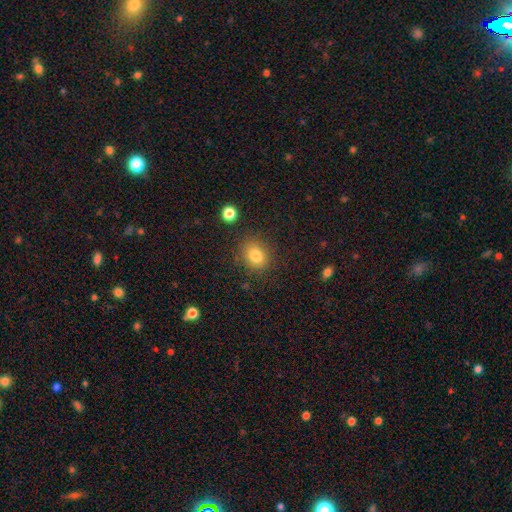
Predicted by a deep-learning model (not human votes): This appears to be a smooth galaxy with no disk features (81%) that is round (66%). Merging: none (85%).